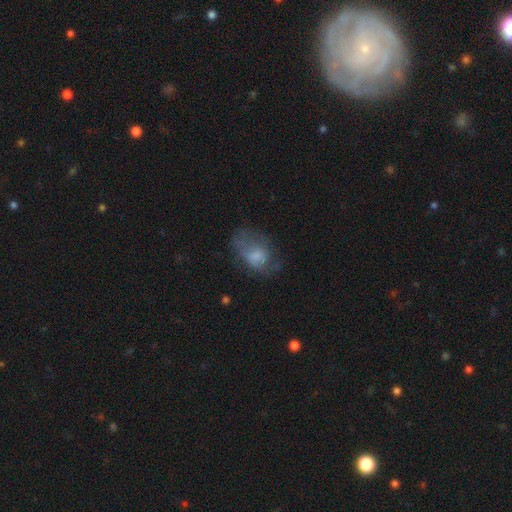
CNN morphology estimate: Smooth or featured?
  - smooth: 55% *
  - featured or disk: 34%
  - star or artifact: 10%
How rounded?
  - in between: 77% *
  - round: 21%
  - cigar-shaped: 1%
Merging?
  - none: 38% *
  - major disturbance: 33%
  - minor disturbance: 27%
  - merger: 2%